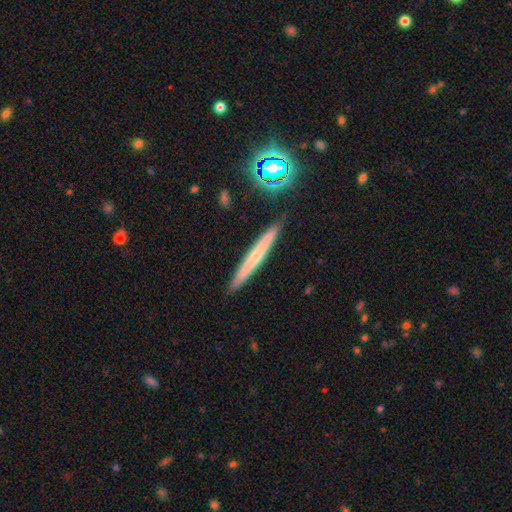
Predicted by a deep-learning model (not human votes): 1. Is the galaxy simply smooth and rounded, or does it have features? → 47% smooth, 44% featured or disk, 9% star or artifact.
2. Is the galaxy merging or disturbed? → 90% none, 7% minor disturbance, 1% merger, 1% major disturbance.